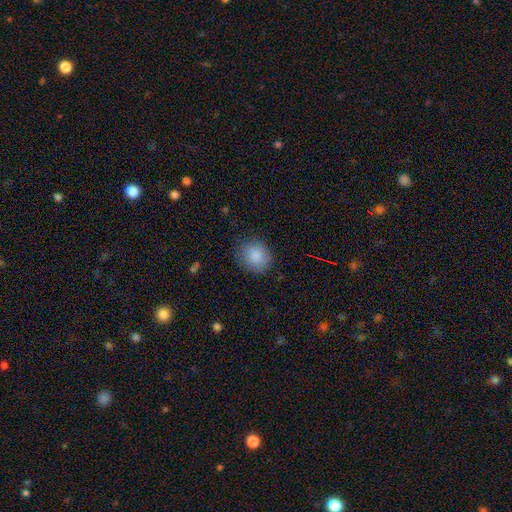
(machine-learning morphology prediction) This appears to be a smooth galaxy with no disk features (87%) that is round (71%). Merging: none (84%).